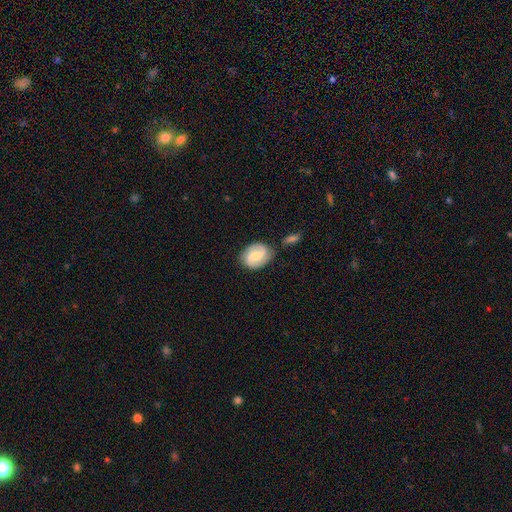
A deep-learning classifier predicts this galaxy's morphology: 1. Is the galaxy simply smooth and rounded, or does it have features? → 67% featured or disk, 27% smooth, 6% star or artifact.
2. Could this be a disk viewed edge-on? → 97% no, 3% yes.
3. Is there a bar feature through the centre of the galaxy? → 51% weak, 31% no, 18% strong.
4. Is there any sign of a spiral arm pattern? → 93% yes, 7% no.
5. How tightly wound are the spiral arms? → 48% medium, 26% loose, 26% tight.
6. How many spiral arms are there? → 90% 2, 5% can't tell, 2% 1, 2% 3, 1% 4, 1% more than 4.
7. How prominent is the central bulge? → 58% moderate, 29% small, 7% large, 4% none, 1% dominant.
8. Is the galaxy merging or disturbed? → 75% none, 15% minor disturbance, 7% merger, 4% major disturbance.